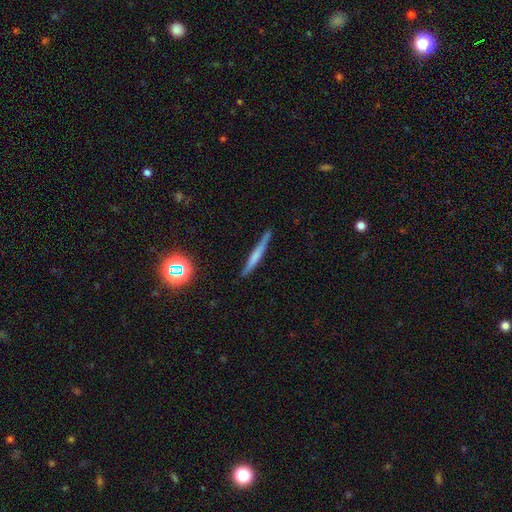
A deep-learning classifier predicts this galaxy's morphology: A smooth galaxy with no disk features (47%).

Vote fractions:
- Smooth or featured? smooth: 47% / featured or disk: 43% / star or artifact: 10%
- Merging? none: 84% / minor disturbance: 12% / major disturbance: 2% / merger: 2%